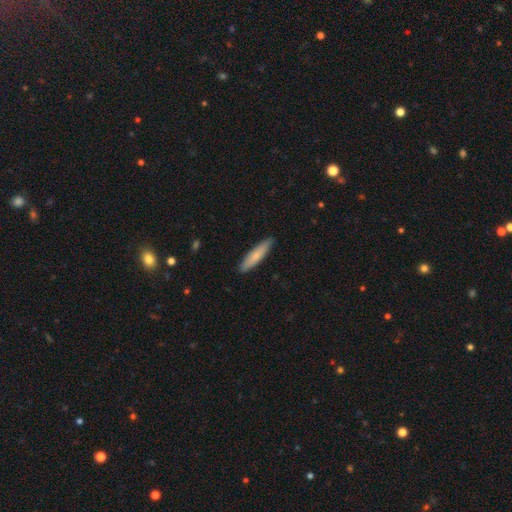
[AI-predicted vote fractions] Smooth or featured: smooth — 73% (featured or disk — 22%)
How rounded: cigar-shaped — 84% (in between — 15%)
Merging: none — 90% (minor disturbance — 8%)